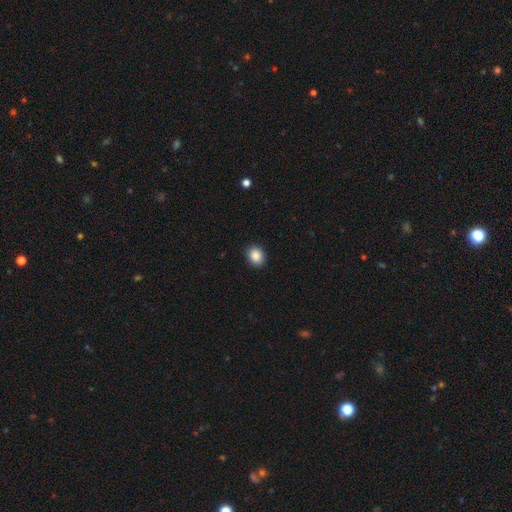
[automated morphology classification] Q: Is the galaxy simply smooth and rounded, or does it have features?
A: smooth — 88%.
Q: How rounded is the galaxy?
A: in between — 50%.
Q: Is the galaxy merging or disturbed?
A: none — 90%.